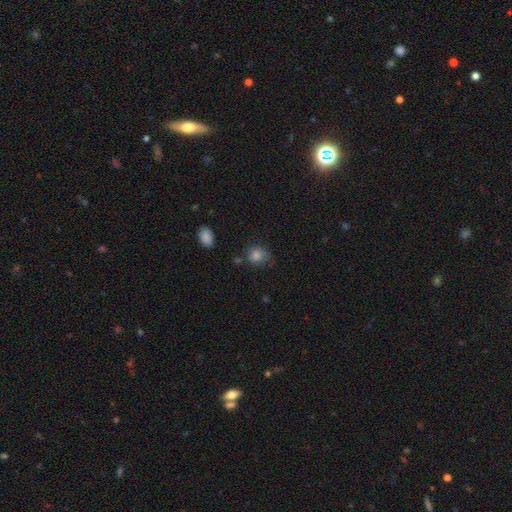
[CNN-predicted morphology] This is likely a smooth galaxy (77%). How rounded: likely round (70%). Merging: possibly none (59%).